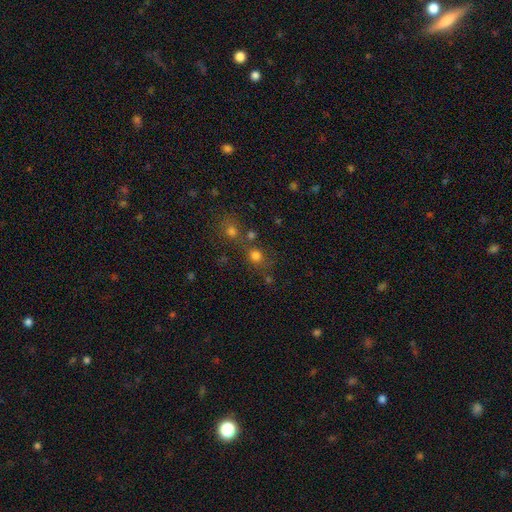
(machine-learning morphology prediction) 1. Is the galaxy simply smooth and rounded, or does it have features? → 75% smooth, 18% star or artifact, 7% featured or disk.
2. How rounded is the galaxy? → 82% round, 17% in between, 1% cigar-shaped.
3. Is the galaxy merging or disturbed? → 60% none, 24% merger, 10% minor disturbance, 6% major disturbance.